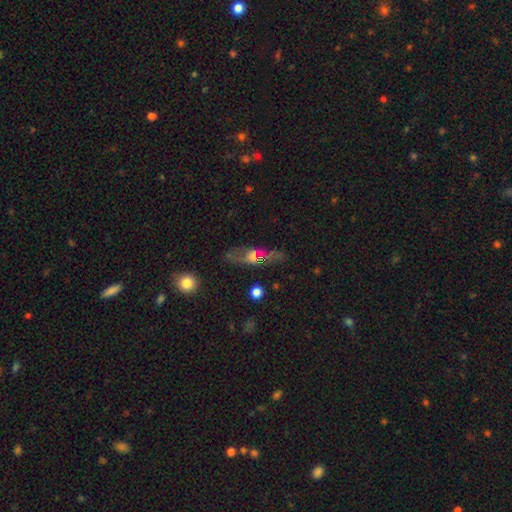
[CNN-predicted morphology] Overall: featured or disk (43%; smooth 38%). Merging: none (79%).